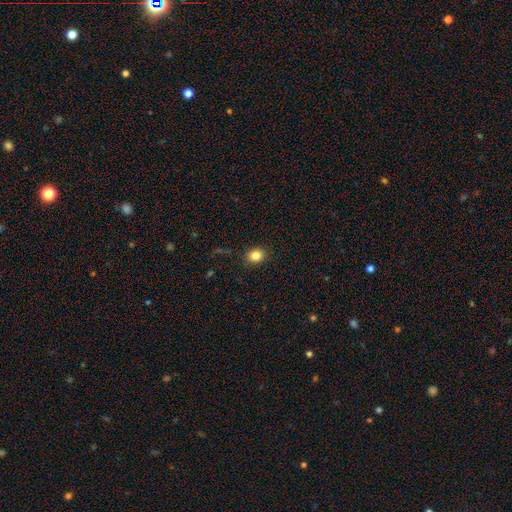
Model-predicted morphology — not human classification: The model was most divided on "how rounded": round: 57%, in between: 42%, cigar-shaped: 1%. More confident: merging — none (89%); smooth or featured — smooth (83%).